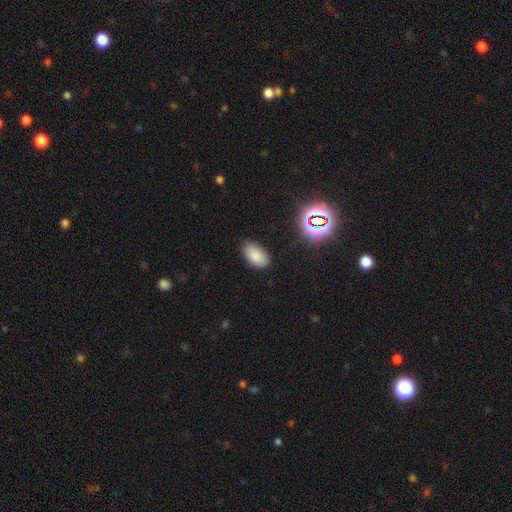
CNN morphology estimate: smooth 82%, star or artifact 12%, featured or disk 7%. Down the decision tree: how rounded — in between (94%); merging — none (84%).